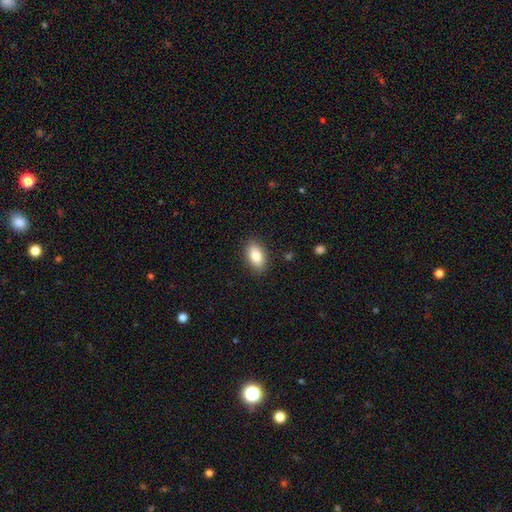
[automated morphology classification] smooth 83%, featured or disk 10%, star or artifact 7%. Down the decision tree: how rounded — in between (90%); merging — none (88%).